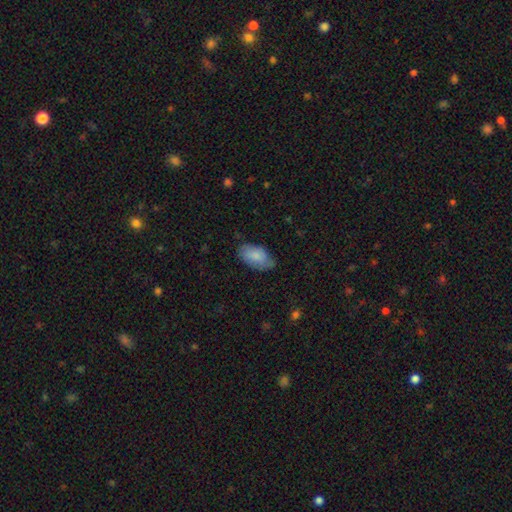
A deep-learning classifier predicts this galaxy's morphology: The model was most divided on "merging": none: 68%, minor disturbance: 26%, major disturbance: 5%, merger: 1%. More confident: how rounded — in between (95%); smooth or featured — smooth (81%).